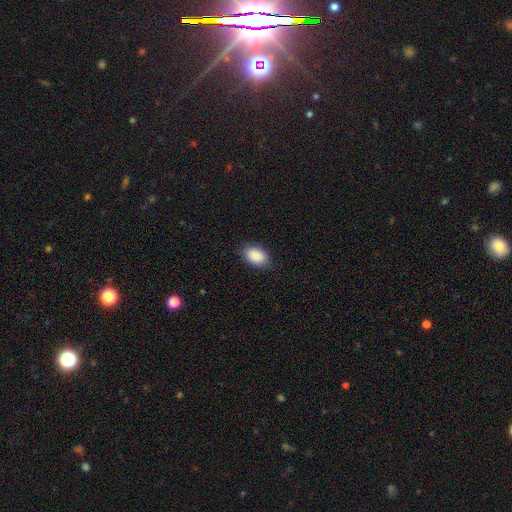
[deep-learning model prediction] Smooth or featured? smooth (90%)
How rounded? in between (87%)
Merging? none (87%)